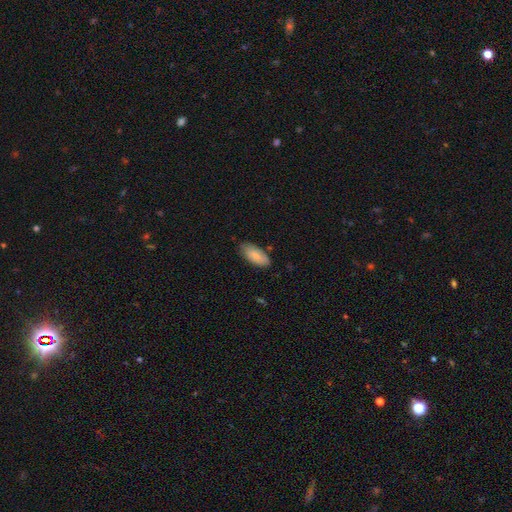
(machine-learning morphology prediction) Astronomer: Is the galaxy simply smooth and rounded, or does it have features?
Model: smooth — 83%.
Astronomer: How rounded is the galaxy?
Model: in between — 91%.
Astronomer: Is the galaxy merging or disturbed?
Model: none — 74%.